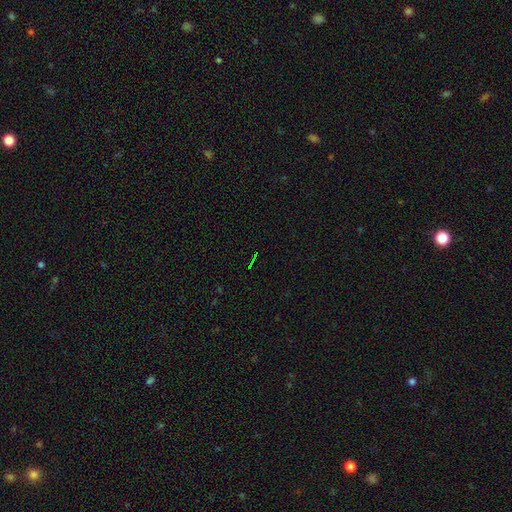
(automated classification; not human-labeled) Smooth or featured?
  - star or artifact: 77% *
  - smooth: 13%
  - featured or disk: 11%